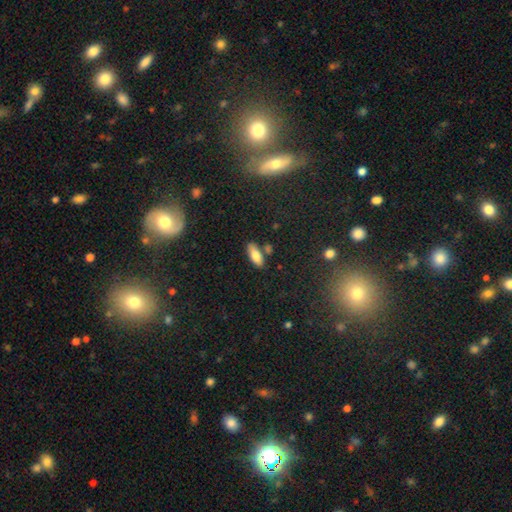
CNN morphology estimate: smooth 82%, featured or disk 11%, star or artifact 7%. Down the decision tree: how rounded — in between (76%); merging — none (74%).